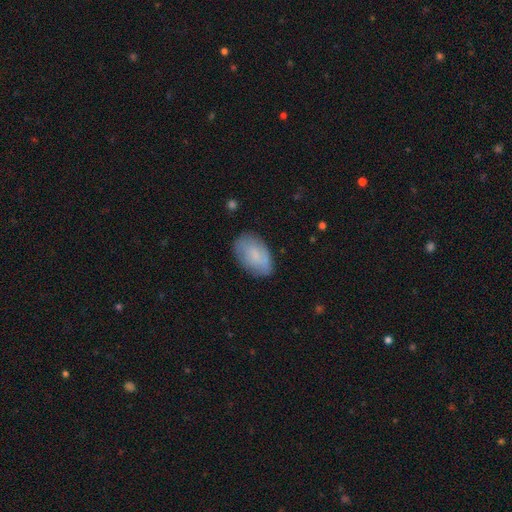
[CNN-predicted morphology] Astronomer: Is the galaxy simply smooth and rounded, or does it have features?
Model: smooth — 71%.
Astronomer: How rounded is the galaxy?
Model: in between — 93%.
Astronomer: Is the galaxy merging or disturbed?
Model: none — 77%.